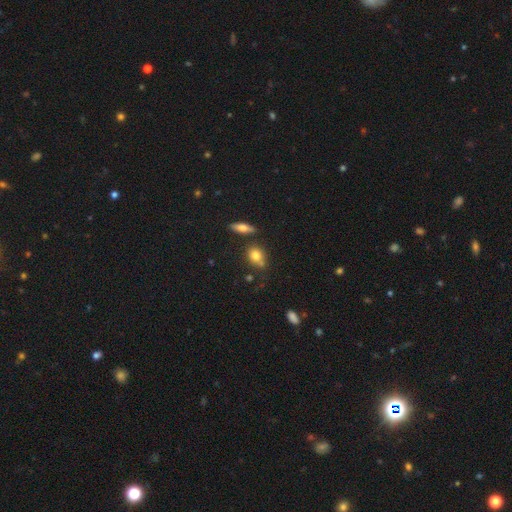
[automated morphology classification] The model was most divided on "how rounded": in between: 53%, round: 43%, cigar-shaped: 4%. More confident: smooth or featured — smooth (79%); merging — none (61%).